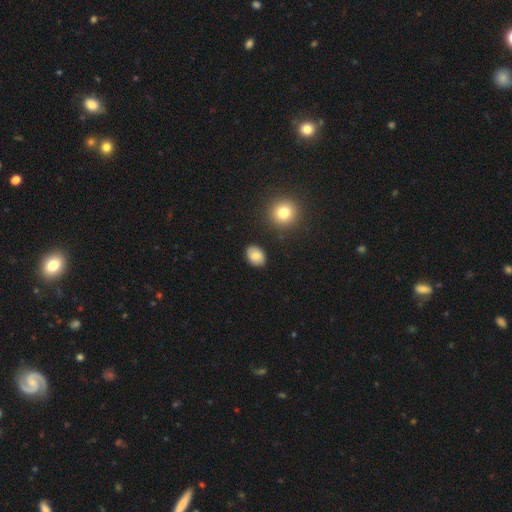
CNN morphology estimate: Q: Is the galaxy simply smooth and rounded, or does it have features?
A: smooth — 81%.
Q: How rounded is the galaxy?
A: in between — 75%.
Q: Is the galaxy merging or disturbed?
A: none — 86%.